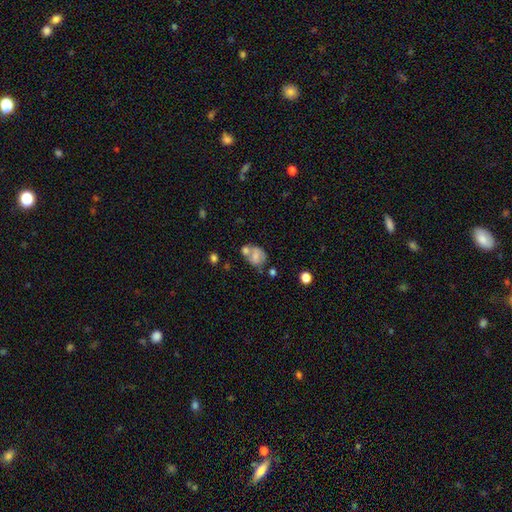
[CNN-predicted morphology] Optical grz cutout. It shows a smooth galaxy with no disk features (60%) that is in between round and cigar-shaped (55%). Merging: merger (42%).